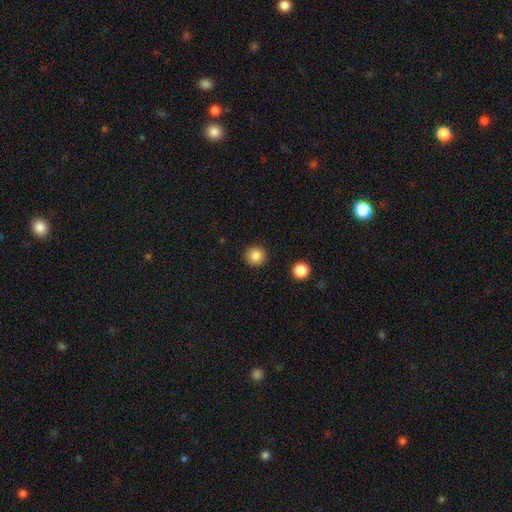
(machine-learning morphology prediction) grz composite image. It shows a smooth galaxy with no disk features (85%) that is round (95%). Merging: none (91%).